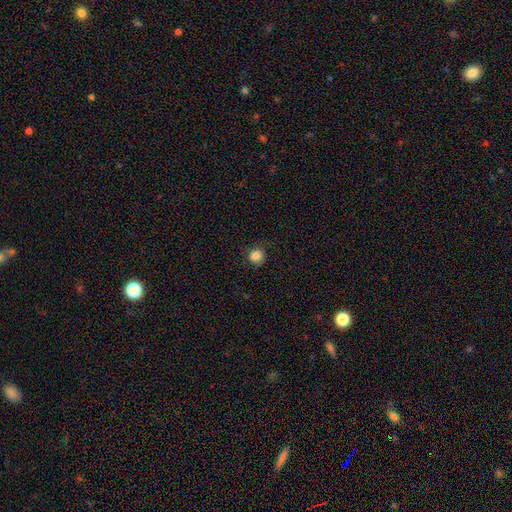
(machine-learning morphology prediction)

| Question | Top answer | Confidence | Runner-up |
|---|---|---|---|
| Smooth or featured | smooth | 85% | star or artifact (11%) |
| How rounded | round | 93% | in between (6%) |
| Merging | none | 86% | minor disturbance (10%) |